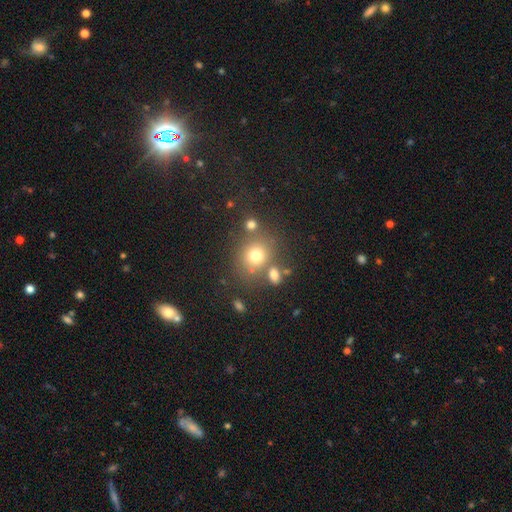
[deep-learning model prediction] Smooth or featured?
  - smooth: 73% *
  - star or artifact: 16%
  - featured or disk: 12%
How rounded?
  - round: 78% *
  - in between: 21%
  - cigar-shaped: 1%
Merging?
  - none: 66% *
  - merger: 17%
  - minor disturbance: 11%
  - major disturbance: 6%